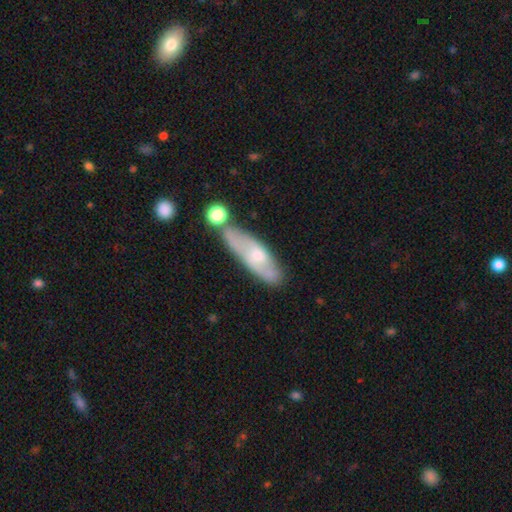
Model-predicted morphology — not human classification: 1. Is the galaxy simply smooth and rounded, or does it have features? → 51% featured or disk, 43% smooth, 6% star or artifact.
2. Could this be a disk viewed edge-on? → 68% no, 32% yes.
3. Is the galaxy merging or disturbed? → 55% none, 23% minor disturbance, 15% merger, 7% major disturbance.